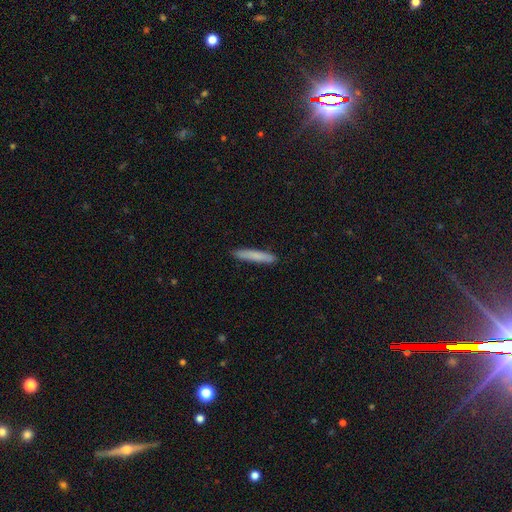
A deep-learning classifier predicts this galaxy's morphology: Smooth or featured? Predicted: smooth (p=0.80). How rounded? Predicted: cigar-shaped (p=0.94). Merging? Predicted: none (p=0.89).